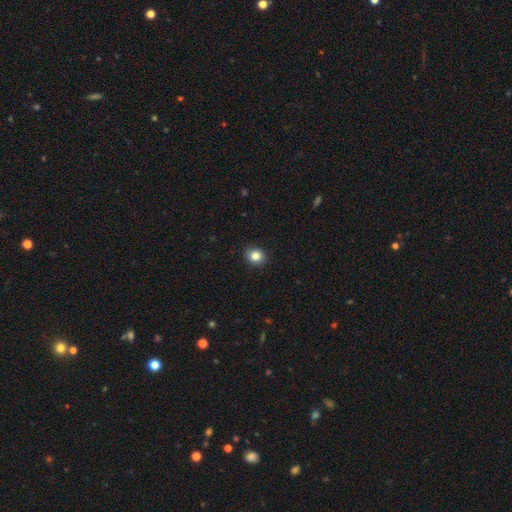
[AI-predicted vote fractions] Smooth or featured: smooth — 83% (star or artifact — 11%)
How rounded: round — 79% (in between — 20%)
Merging: none — 91% (minor disturbance — 6%)